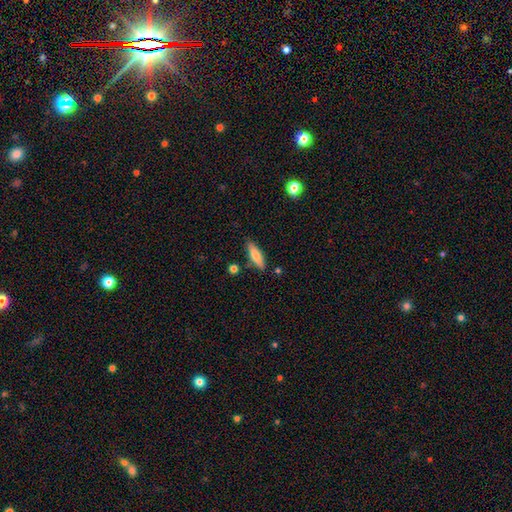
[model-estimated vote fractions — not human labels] Smooth or featured?
  - smooth: 73% *
  - featured or disk: 21%
  - star or artifact: 6%
How rounded?
  - cigar-shaped: 64% *
  - in between: 34%
  - round: 2%
Merging?
  - none: 80% *
  - minor disturbance: 12%
  - merger: 4%
  - major disturbance: 3%